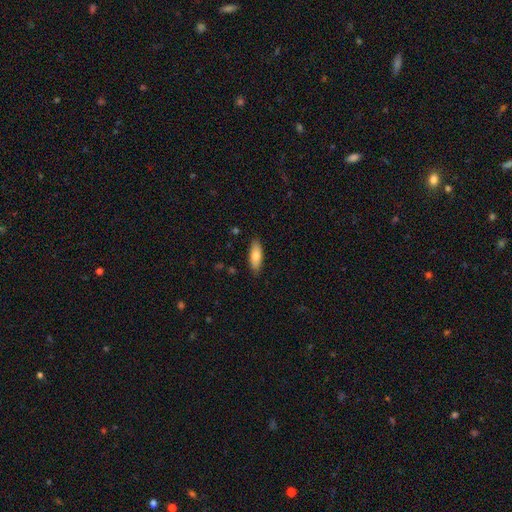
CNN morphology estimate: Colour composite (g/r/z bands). It shows a smooth galaxy with no disk features (77%) that is in between round and cigar-shaped (69%). Merging: none (87%).